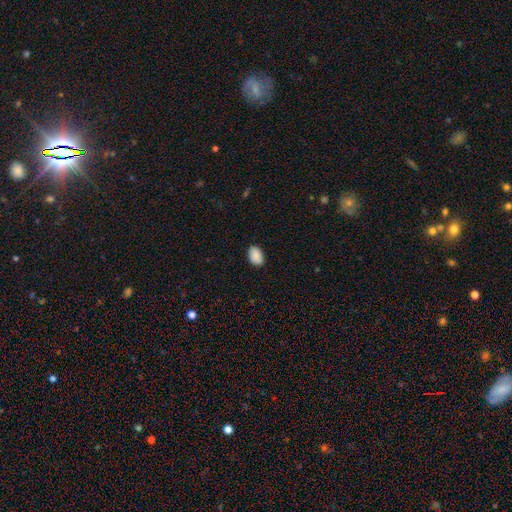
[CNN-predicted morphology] A smooth galaxy with no disk features (90%) that is in between round and cigar-shaped (88%).

Vote fractions:
- Smooth or featured? smooth: 90% / star or artifact: 7% / featured or disk: 3%
- How rounded? in between: 88% / round: 11% / cigar-shaped: 1%
- Merging? none: 86% / minor disturbance: 11% / major disturbance: 2% / merger: 1%